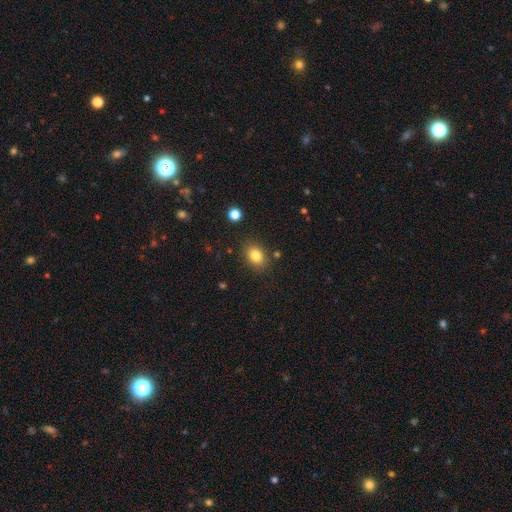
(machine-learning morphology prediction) A smooth galaxy with no disk features (82%) that is in between round and cigar-shaped (64%).

Vote fractions:
- Smooth or featured? smooth: 82% / star or artifact: 10% / featured or disk: 7%
- How rounded? in between: 64% / round: 35% / cigar-shaped: 1%
- Merging? none: 83% / minor disturbance: 11% / major disturbance: 3% / merger: 3%